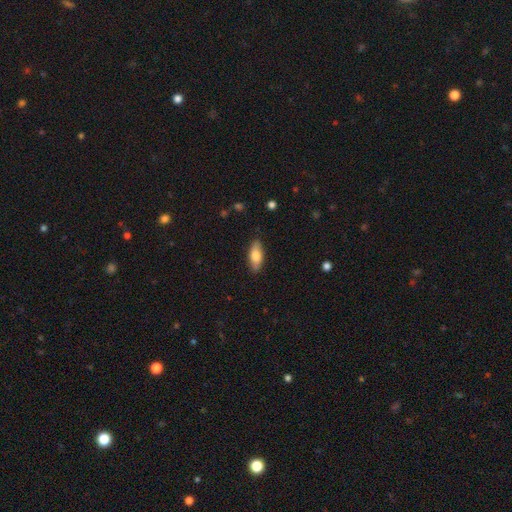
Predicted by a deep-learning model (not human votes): Smooth or featured: smooth — 76% (featured or disk — 18%)
How rounded: in between — 78% (cigar-shaped — 19%)
Merging: none — 86% (minor disturbance — 11%)